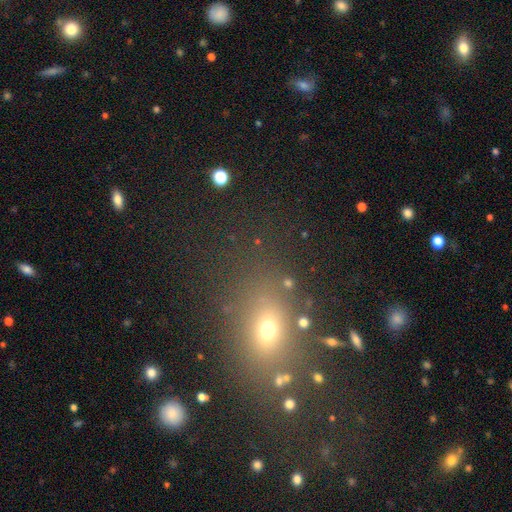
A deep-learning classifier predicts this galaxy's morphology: type=smooth (53%); roundness=in between (62%); merging=none (77%).